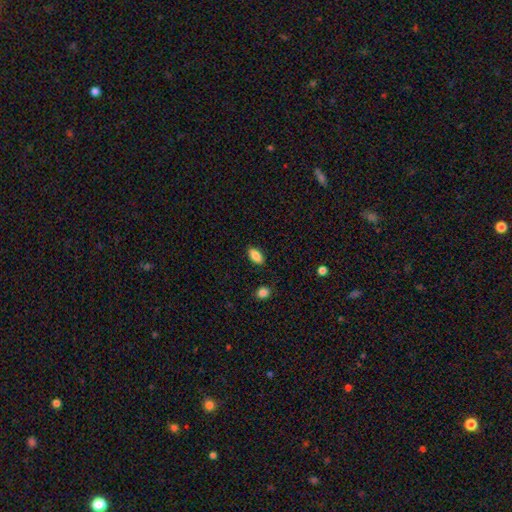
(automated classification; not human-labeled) Q: Smooth or featured?
A: smooth (87%); runner-up: star or artifact (8%)
Q: How rounded?
A: in between (91%); runner-up: round (5%)
Q: Merging?
A: none (87%); runner-up: minor disturbance (9%)